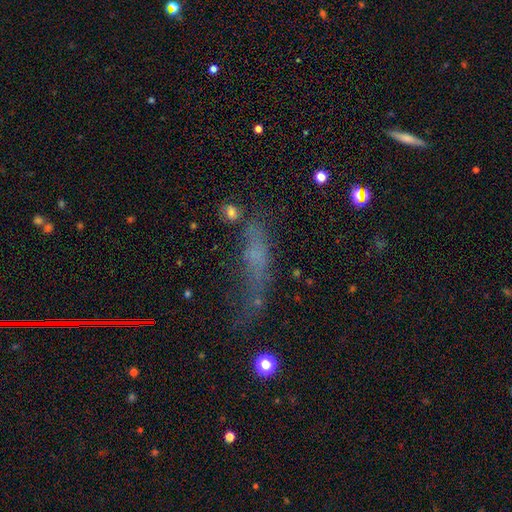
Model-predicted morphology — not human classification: smooth-or-featured: smooth: 41% | featured or disk: 31% | star or artifact: 27%
  merging: none: 41% | major disturbance: 26% | minor disturbance: 24% | merger: 9%